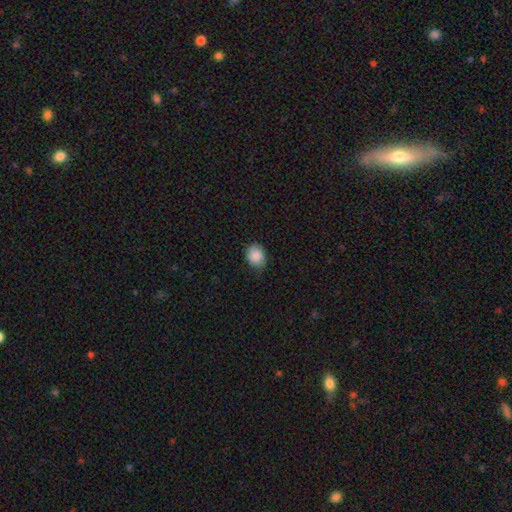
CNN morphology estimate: Smooth or featured?
  - smooth: 88% *
  - star or artifact: 8%
  - featured or disk: 5%
How rounded?
  - round: 51% *
  - in between: 48%
  - cigar-shaped: 1%
Merging?
  - none: 76% *
  - minor disturbance: 20%
  - major disturbance: 3%
  - merger: 1%